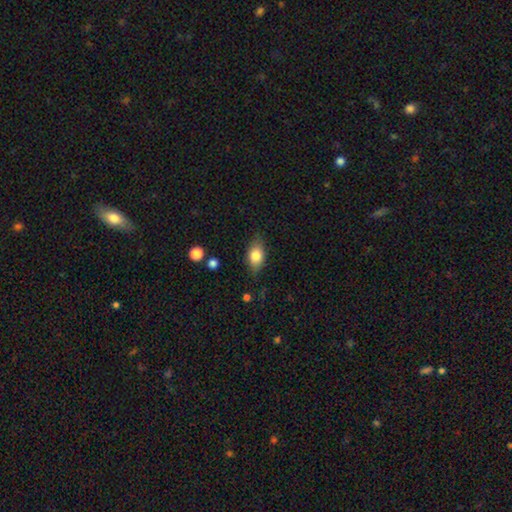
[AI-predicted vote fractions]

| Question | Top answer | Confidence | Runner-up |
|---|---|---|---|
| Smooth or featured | smooth | 78% | featured or disk (15%) |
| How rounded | in between | 84% | round (12%) |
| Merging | none | 78% | minor disturbance (17%) |